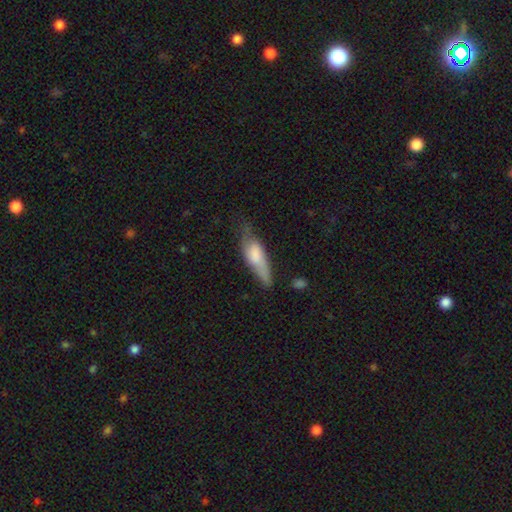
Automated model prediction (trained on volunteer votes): This is likely a smooth galaxy (62%). How rounded: possibly in between (51%). Merging: marginally none (42%).